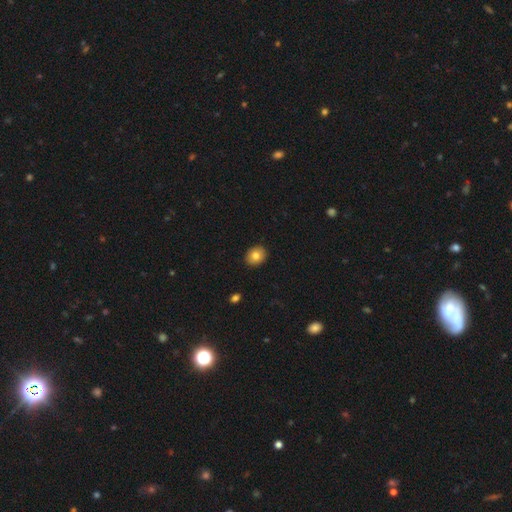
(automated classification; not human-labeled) This appears to be a smooth galaxy with no disk features (81%) that is round (54%). Merging: none (91%).